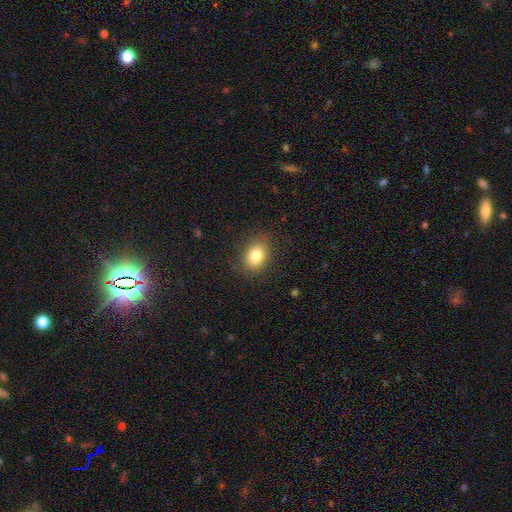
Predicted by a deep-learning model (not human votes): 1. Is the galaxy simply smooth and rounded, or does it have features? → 82% smooth, 10% star or artifact, 8% featured or disk.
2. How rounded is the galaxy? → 68% in between, 31% round, 1% cigar-shaped.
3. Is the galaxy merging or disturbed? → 84% none, 11% minor disturbance, 4% major disturbance, 1% merger.